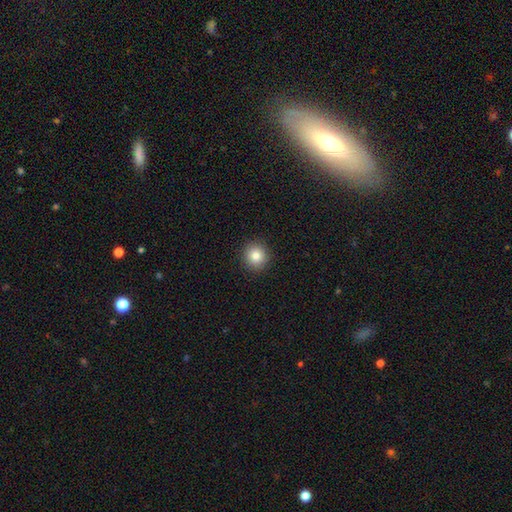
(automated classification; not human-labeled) smooth 84%, star or artifact 10%, featured or disk 6%. Down the decision tree: how rounded — round (91%); merging — none (92%).